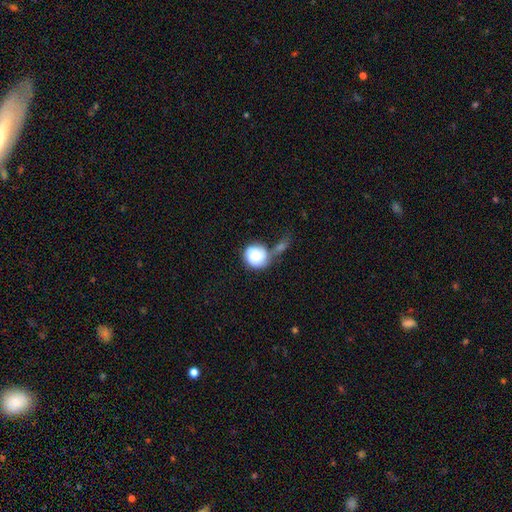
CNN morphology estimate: smooth-or-featured: smooth: 76% | featured or disk: 18% | star or artifact: 7%
  how-rounded: round: 88% | in between: 11% | cigar-shaped: 1%
  merging: none: 35% | merger: 31% | minor disturbance: 20% | major disturbance: 13%